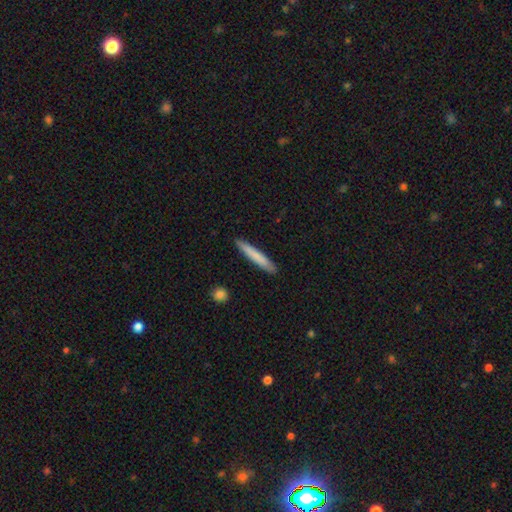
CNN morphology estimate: type=smooth (77%); roundness=cigar-shaped (95%); merging=none (90%).